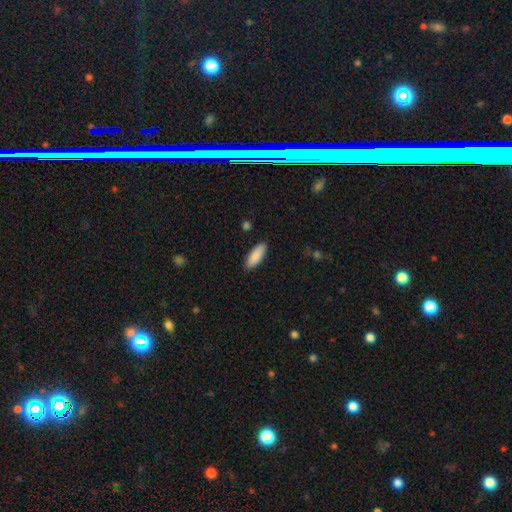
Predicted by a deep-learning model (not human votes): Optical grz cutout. It shows a smooth galaxy with no disk features (89%) that is in between round and cigar-shaped (70%). Merging: none (89%).